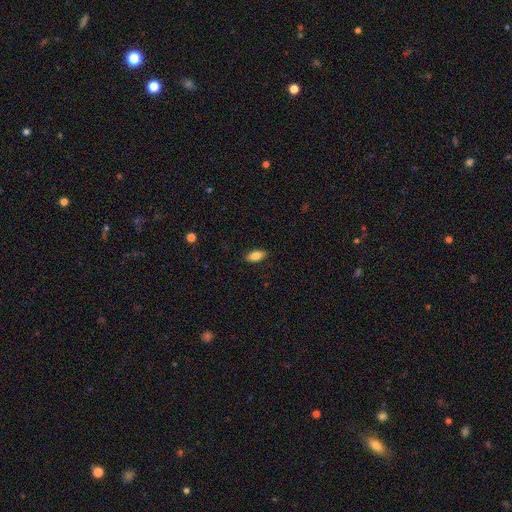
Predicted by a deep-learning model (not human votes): The model was most divided on "how rounded": in between: 84%, cigar-shaped: 13%, round: 3%. More confident: merging — none (85%); smooth or featured — smooth (82%).